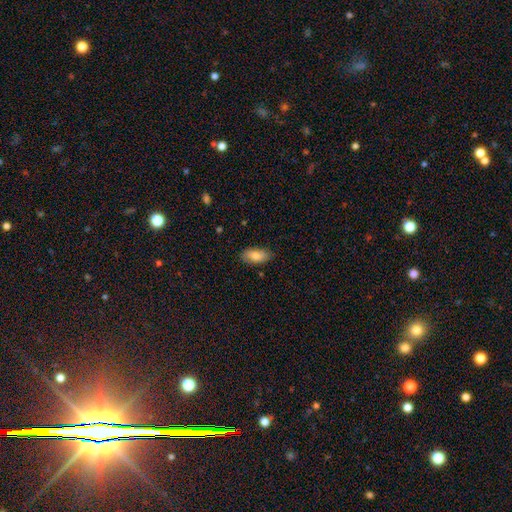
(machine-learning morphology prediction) The model was most divided on "smooth or featured": smooth: 79%, featured or disk: 14%, star or artifact: 6%. More confident: how rounded — in between (92%); merging — none (82%).